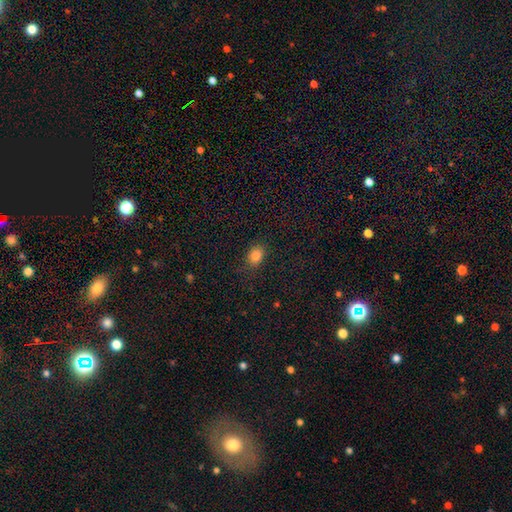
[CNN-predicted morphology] A smooth galaxy with no disk features (83%) that is in between round and cigar-shaped (63%).

Vote fractions:
- Smooth or featured? smooth: 83% / star or artifact: 11% / featured or disk: 5%
- How rounded? in between: 63% / round: 36% / cigar-shaped: 1%
- Merging? none: 82% / minor disturbance: 13% / major disturbance: 4% / merger: 1%